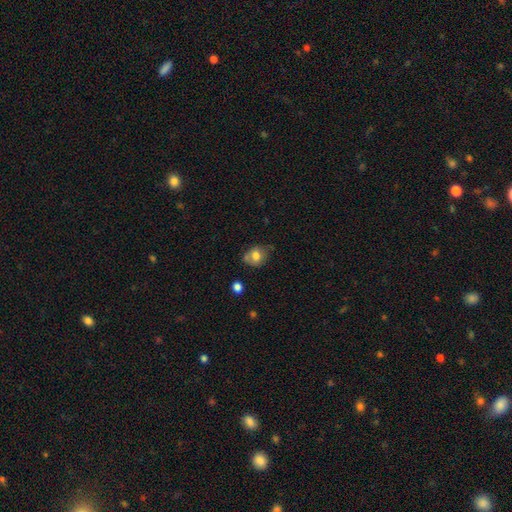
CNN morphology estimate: This appears to be a smooth galaxy with no disk features (73%) that is round (55%). Merging: none (55%).